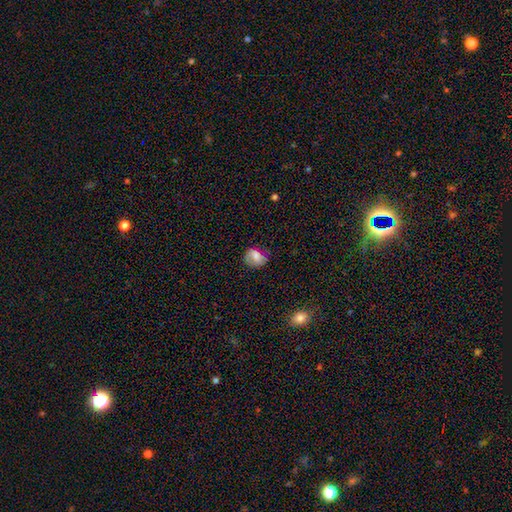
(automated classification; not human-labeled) smooth-or-featured: smooth: 63% | featured or disk: 27% | star or artifact: 10%
  how-rounded: round: 56% | in between: 43% | cigar-shaped: 1%
  merging: none: 63% | minor disturbance: 25% | major disturbance: 10% | merger: 2%